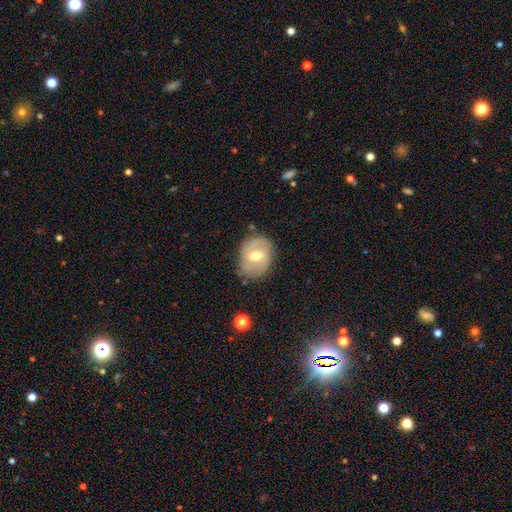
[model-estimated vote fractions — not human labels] A featured or disk galaxy (64%) with a weak bar (53%), spiral arms (74%) and a moderate central bulge (73%).

Vote fractions:
- Smooth or featured? featured or disk: 64% / smooth: 30% / star or artifact: 6%
- Edge-on disk? no: 96% / yes: 4%
- Bar? weak: 53% / no: 23% / strong: 23%
- Spiral arms? yes: 74% / no: 26%
- Bulge size? moderate: 73% / small: 19% / large: 6% / none: 1% / dominant: 1%
- Merging? none: 73% / minor disturbance: 20% / major disturbance: 6% / merger: 2%